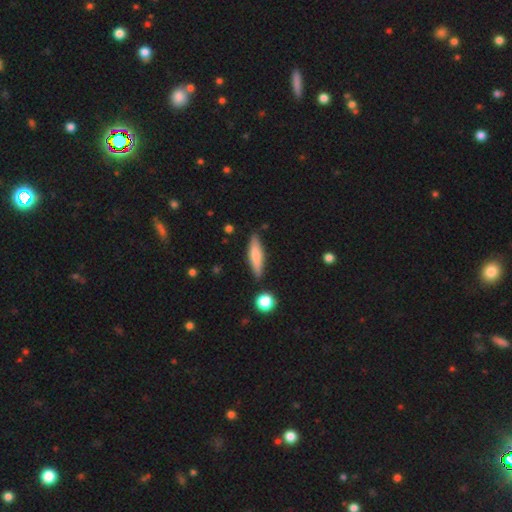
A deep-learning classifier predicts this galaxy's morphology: smooth-or-featured: smooth: 66% | featured or disk: 28% | star or artifact: 6%
  how-rounded: cigar-shaped: 72% | in between: 26% | round: 2%
  merging: none: 84% | minor disturbance: 11% | merger: 3% | major disturbance: 2%